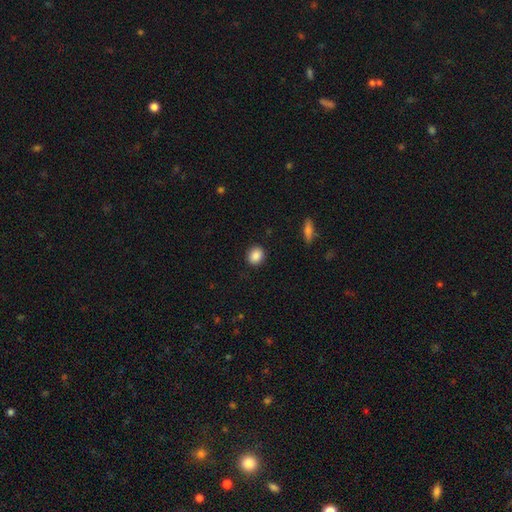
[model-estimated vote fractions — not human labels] Smooth or featured? Predicted: smooth (p=0.88). How rounded? Predicted: round (p=0.64). Merging? Predicted: none (p=0.89).